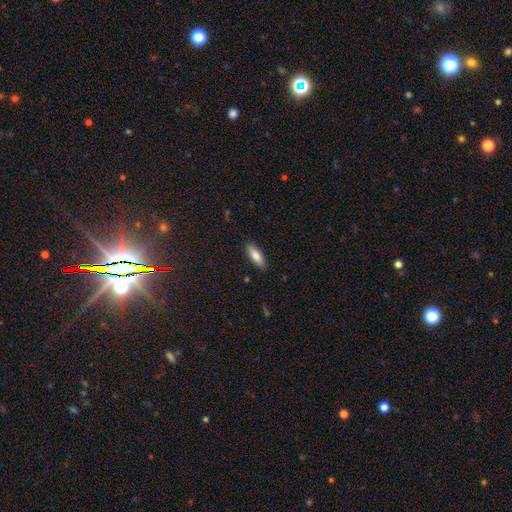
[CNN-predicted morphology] This appears to be a smooth galaxy with no disk features (81%) that is in between round and cigar-shaped (63%). Merging: none (87%).